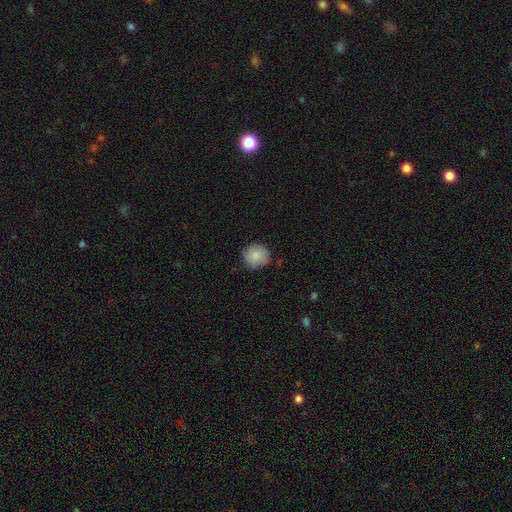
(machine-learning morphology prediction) Smooth or featured? Predicted: smooth (p=0.86). How rounded? Predicted: round (p=0.88). Merging? Predicted: none (p=0.77).